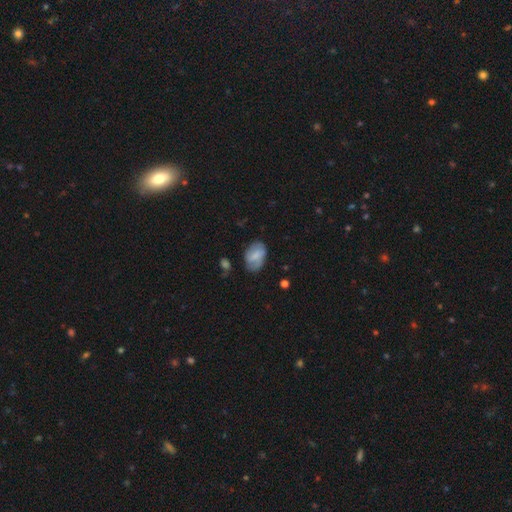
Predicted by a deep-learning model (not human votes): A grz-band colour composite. It shows a smooth galaxy with no disk features (61%) that is in between round and cigar-shaped (88%). Merging: none (67%).